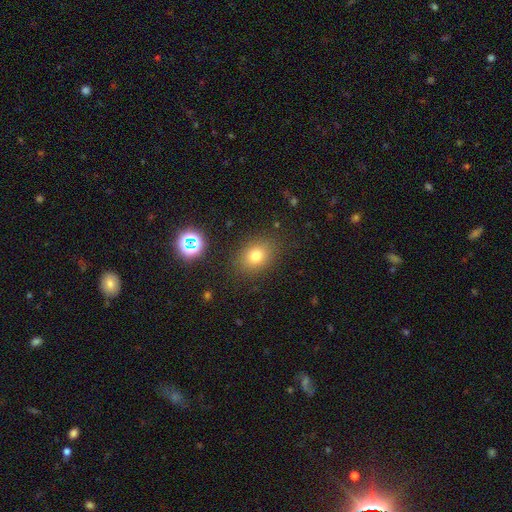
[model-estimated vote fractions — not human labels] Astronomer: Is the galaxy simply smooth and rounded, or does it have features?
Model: smooth — 75%.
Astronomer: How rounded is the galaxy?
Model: in between — 55% (runner-up: round, 44%).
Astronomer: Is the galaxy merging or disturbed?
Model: none — 84%.